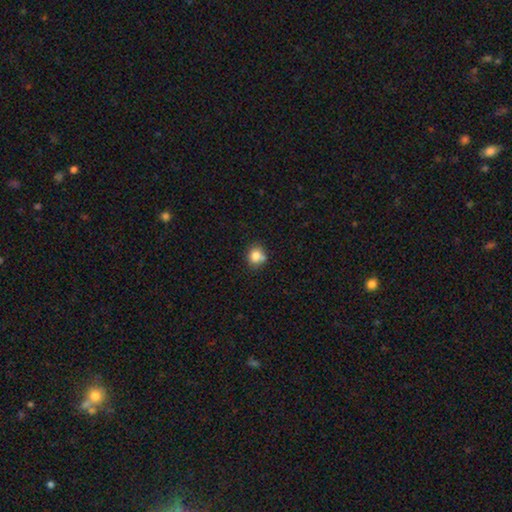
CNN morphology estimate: The model was most divided on "merging": none: 64%, minor disturbance: 16%, merger: 16%, major disturbance: 4%. More confident: smooth or featured — smooth (81%); how rounded — round (80%).